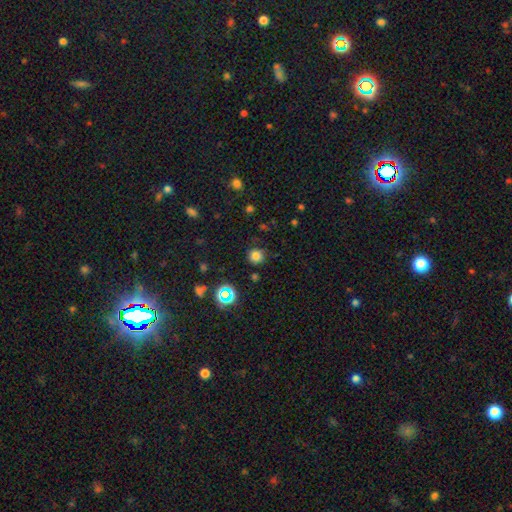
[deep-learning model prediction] This is likely a smooth galaxy (75%). How rounded: clearly round (93%). Merging: clearly none (84%).